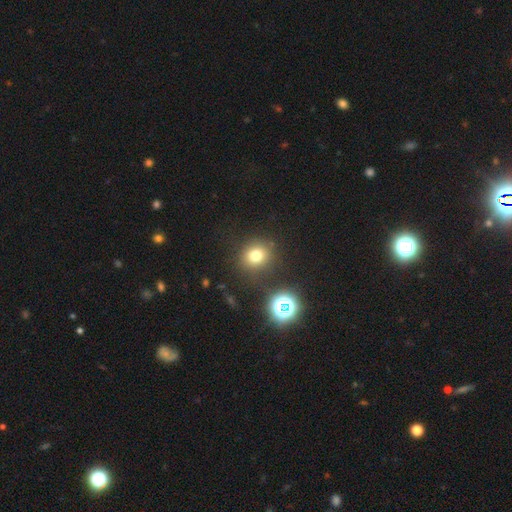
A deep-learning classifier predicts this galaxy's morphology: Smooth or featured? Predicted: smooth (p=0.73). How rounded? Predicted: round (p=0.83). Merging? Predicted: none (p=0.83).